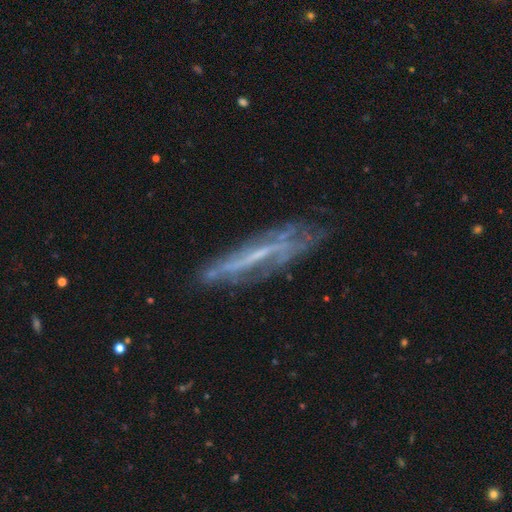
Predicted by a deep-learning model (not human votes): Smooth or featured? featured or disk (69%)
Edge-on disk? yes (55%)
Merging? none (63%)